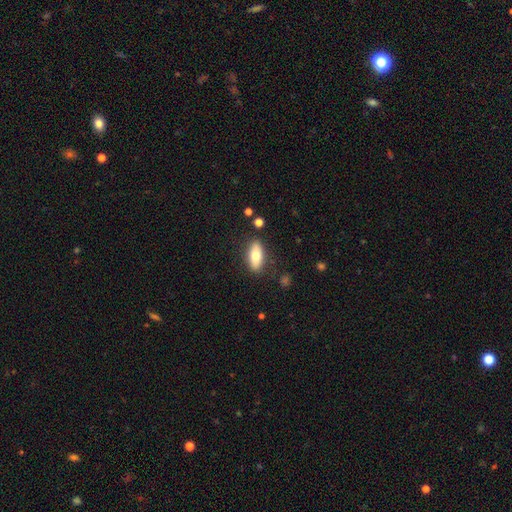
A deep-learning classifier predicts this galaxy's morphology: Smooth or featured?
  - smooth: 72% *
  - featured or disk: 22%
  - star or artifact: 7%
How rounded?
  - in between: 80% *
  - cigar-shaped: 17%
  - round: 3%
Merging?
  - none: 85% *
  - minor disturbance: 11%
  - major disturbance: 3%
  - merger: 2%